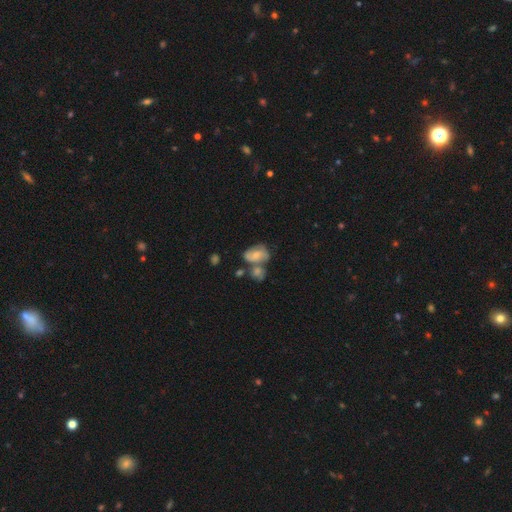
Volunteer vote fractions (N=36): This is likely a smooth galaxy (69%). How rounded: clearly in between (84%). Merging: marginally merger (41%).